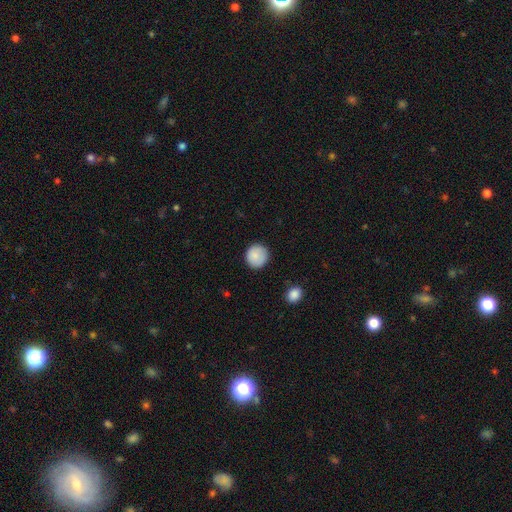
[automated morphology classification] type=smooth (87%); roundness=round (92%); merging=none (88%).